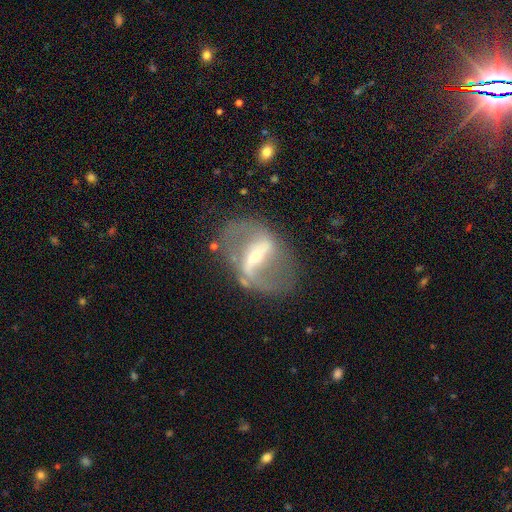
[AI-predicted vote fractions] This appears to be a featured or disk galaxy (85%) with a strong bar (64%), 2 (87%) loose (55%) spiral arms (85%) and a small central bulge (64%). Merging: none (67%).